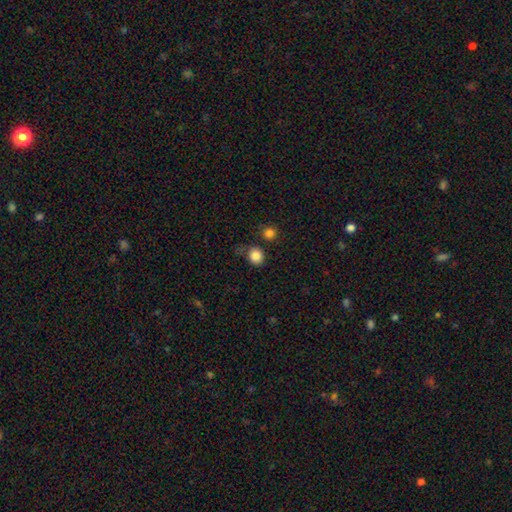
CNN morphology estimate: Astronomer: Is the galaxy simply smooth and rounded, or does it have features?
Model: smooth — 85%.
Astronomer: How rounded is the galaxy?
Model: round — 85%.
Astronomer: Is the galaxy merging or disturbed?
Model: none — 77%.